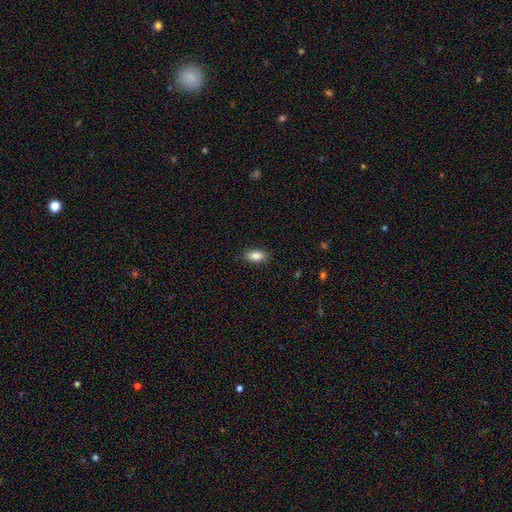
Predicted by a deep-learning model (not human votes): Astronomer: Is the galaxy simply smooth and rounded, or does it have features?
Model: smooth — 88%.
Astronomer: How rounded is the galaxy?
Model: in between — 90%.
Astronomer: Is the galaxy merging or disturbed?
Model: none — 87%.